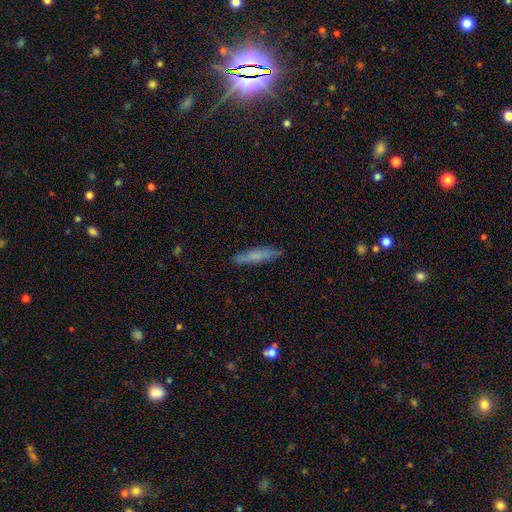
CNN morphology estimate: This appears to be a smooth galaxy with no disk features (63%) that is cigar-shaped (86%). Merging: none (84%).